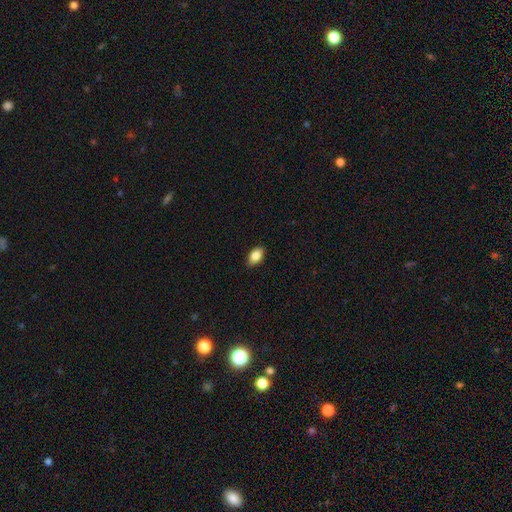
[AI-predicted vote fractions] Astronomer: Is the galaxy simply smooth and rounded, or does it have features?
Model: smooth — 84%.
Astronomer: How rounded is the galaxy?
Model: in between — 90%.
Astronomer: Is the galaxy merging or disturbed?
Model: none — 87%.